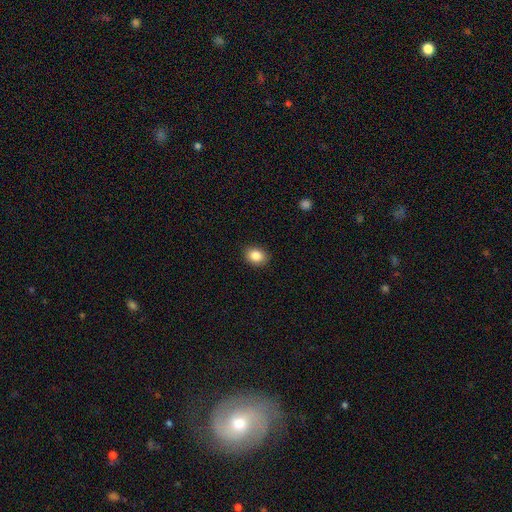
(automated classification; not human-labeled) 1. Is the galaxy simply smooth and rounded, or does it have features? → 86% smooth, 9% star or artifact, 5% featured or disk.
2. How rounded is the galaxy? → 59% in between, 40% round, 1% cigar-shaped.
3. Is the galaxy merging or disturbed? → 88% none, 8% minor disturbance, 2% major disturbance, 1% merger.